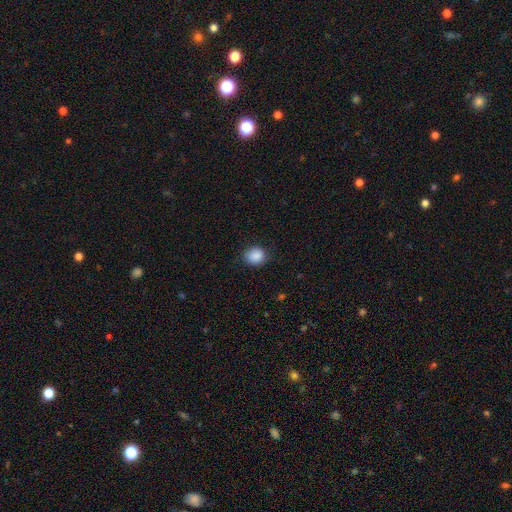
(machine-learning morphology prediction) Overall: smooth (89%). How rounded: round (71%). Merging: none (85%).